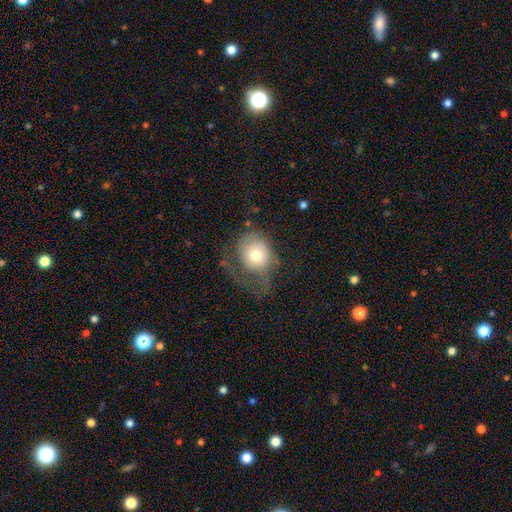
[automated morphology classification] Smooth or featured: smooth — 56% (featured or disk — 36%)
How rounded: round — 69% (in between — 30%)
Merging: major disturbance — 44% (none — 31%)